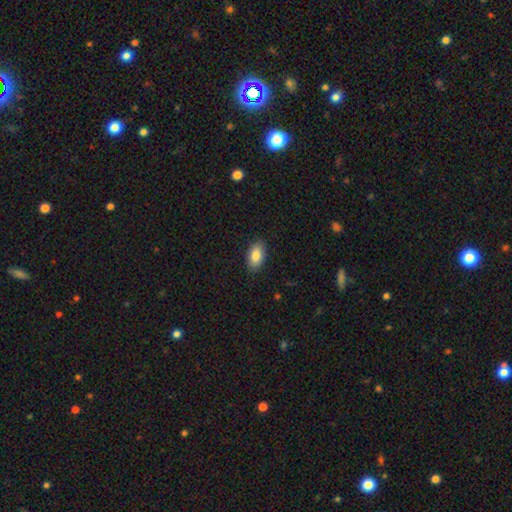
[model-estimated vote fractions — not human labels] Smooth or featured: smooth — 84% (featured or disk — 9%)
How rounded: in between — 93% (round — 4%)
Merging: none — 88% (minor disturbance — 9%)